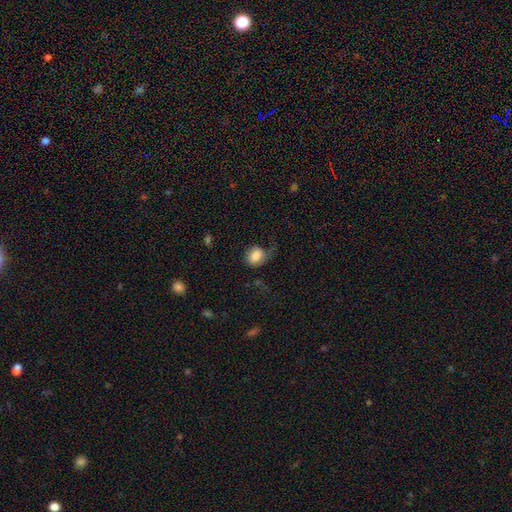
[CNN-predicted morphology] The model was most divided on "merging": none: 48%, minor disturbance: 29%, major disturbance: 21%, merger: 3%. More confident: smooth or featured — smooth (82%); how rounded — round (65%).